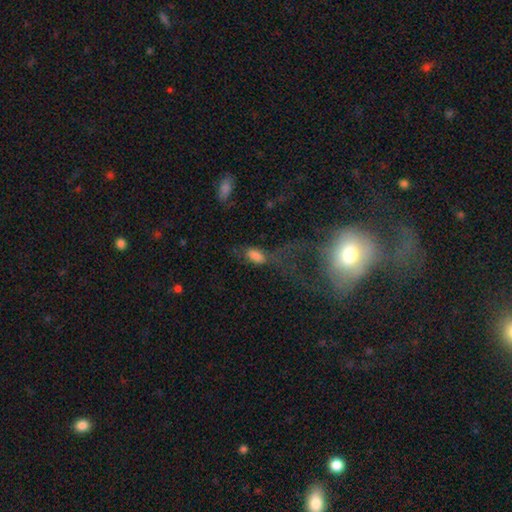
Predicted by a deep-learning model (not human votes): smooth 71%, featured or disk 16%, star or artifact 13%. Down the decision tree: how rounded — in between (86%); merging — none (42%).